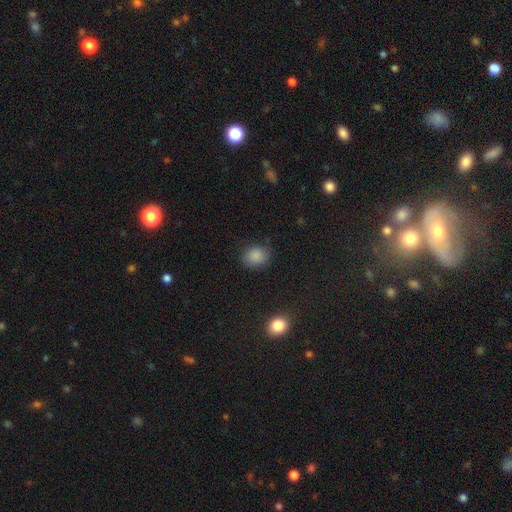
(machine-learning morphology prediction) This is clearly a smooth galaxy (86%). How rounded: possibly round (59%). Merging: likely none (80%).